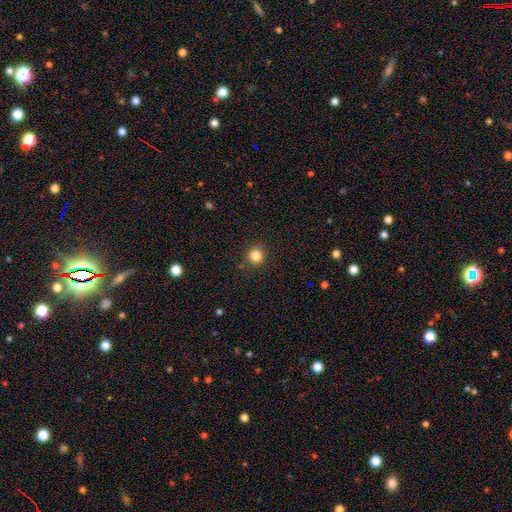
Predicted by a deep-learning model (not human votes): This appears to be a smooth galaxy with no disk features (84%) that is round (93%). Merging: none (90%).